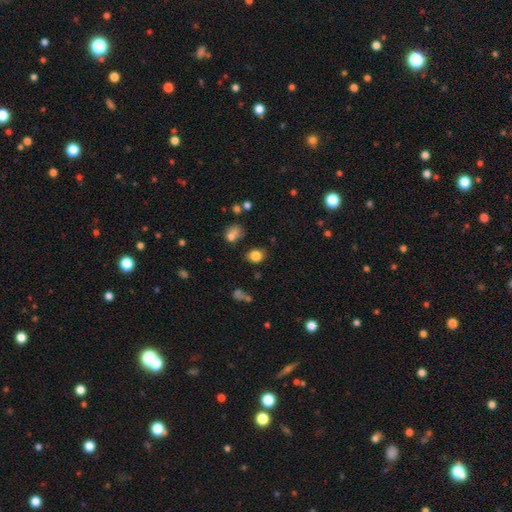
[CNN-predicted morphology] Smooth or featured: smooth — 82% (star or artifact — 12%)
How rounded: round — 57% (in between — 42%)
Merging: none — 76% (minor disturbance — 15%)